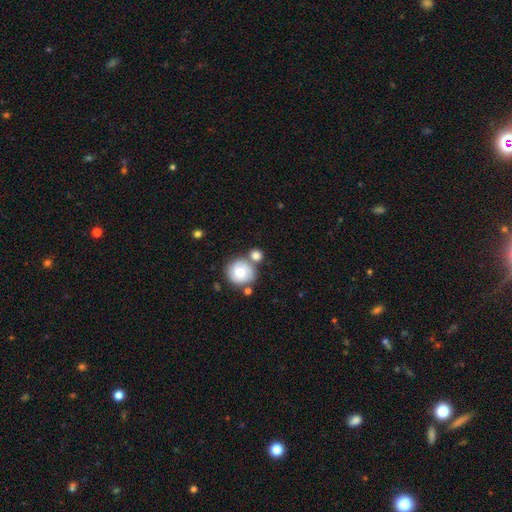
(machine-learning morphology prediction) smooth-or-featured: smooth: 74% | featured or disk: 18% | star or artifact: 8%
  how-rounded: round: 88% | in between: 11% | cigar-shaped: 1%
  merging: none: 59% | merger: 25% | minor disturbance: 12% | major disturbance: 4%